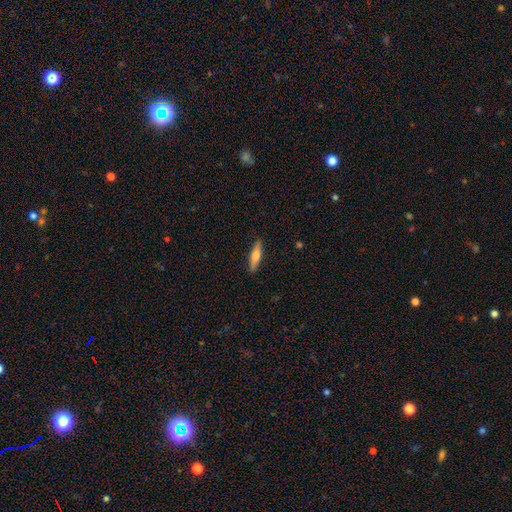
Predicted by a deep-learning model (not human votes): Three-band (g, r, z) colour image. It shows a smooth galaxy with no disk features (66%) that is cigar-shaped (72%). Merging: none (90%).